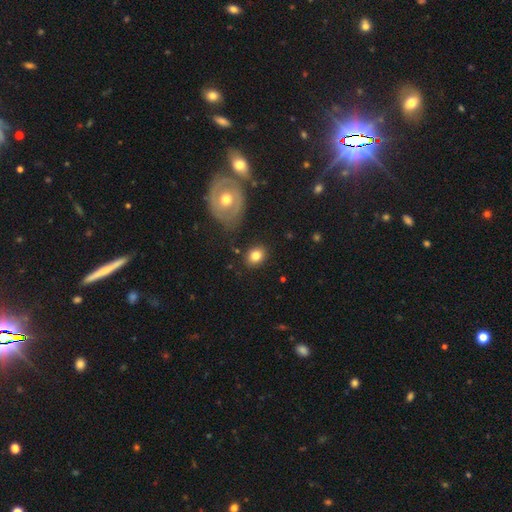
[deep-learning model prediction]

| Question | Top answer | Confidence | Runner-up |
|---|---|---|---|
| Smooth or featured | smooth | 81% | featured or disk (10%) |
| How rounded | in between | 52% | round (47%) |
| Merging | none | 84% | minor disturbance (10%) |